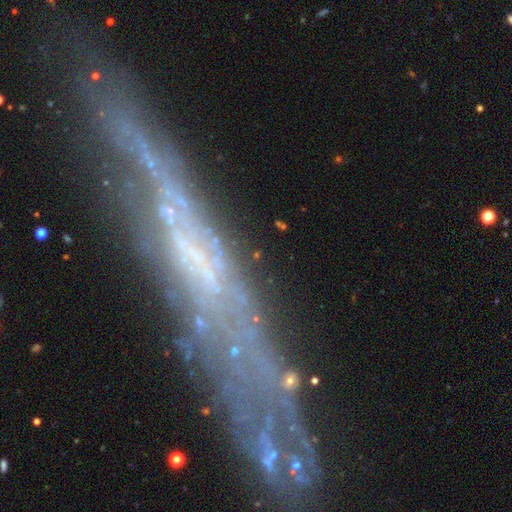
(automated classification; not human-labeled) This appears to be a featured or disk galaxy (52%). Merging: none (70%).